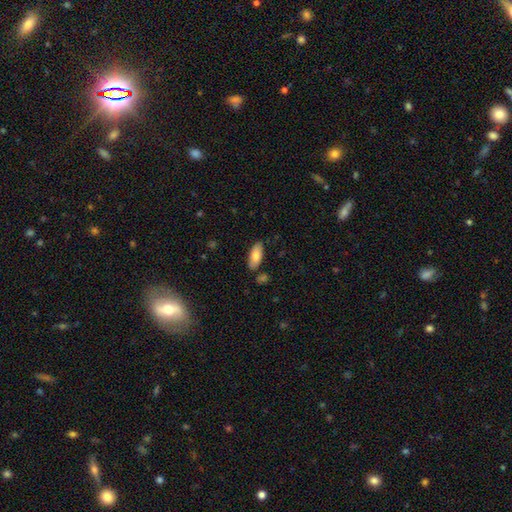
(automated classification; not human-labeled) Smooth or featured? Predicted: smooth (p=0.81). How rounded? Predicted: in between (p=0.85). Merging? Predicted: none (p=0.81).